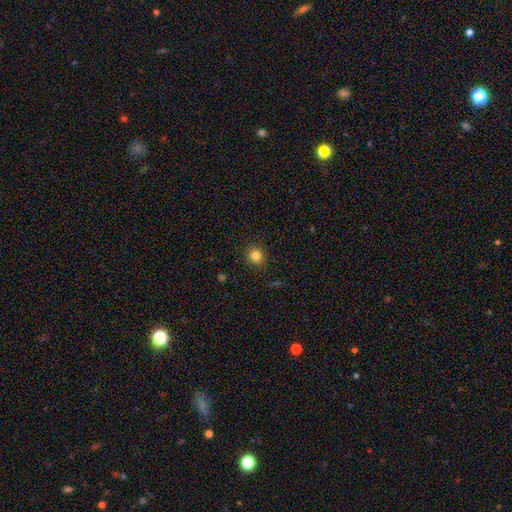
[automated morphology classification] type=smooth (83%); roundness=round (86%); merging=none (90%).